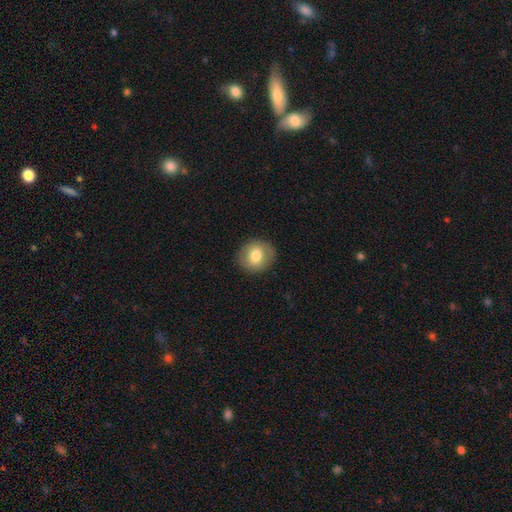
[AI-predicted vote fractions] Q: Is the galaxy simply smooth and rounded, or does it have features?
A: smooth — 74%.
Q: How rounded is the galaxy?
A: round — 84%.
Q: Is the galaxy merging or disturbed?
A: none — 88%.